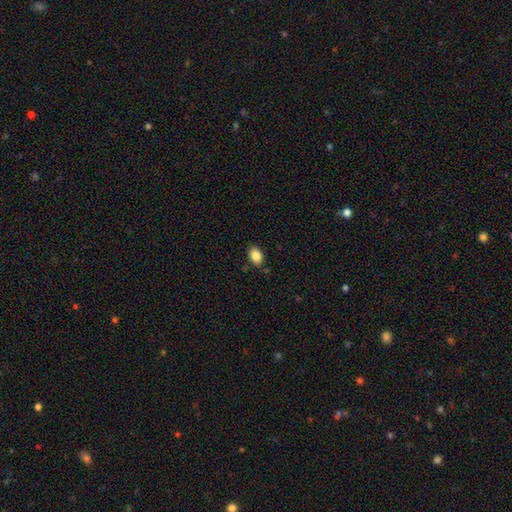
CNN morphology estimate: Q: Smooth or featured?
A: smooth (86%); runner-up: star or artifact (9%)
Q: How rounded?
A: in between (83%); runner-up: round (15%)
Q: Merging?
A: none (82%); runner-up: minor disturbance (13%)